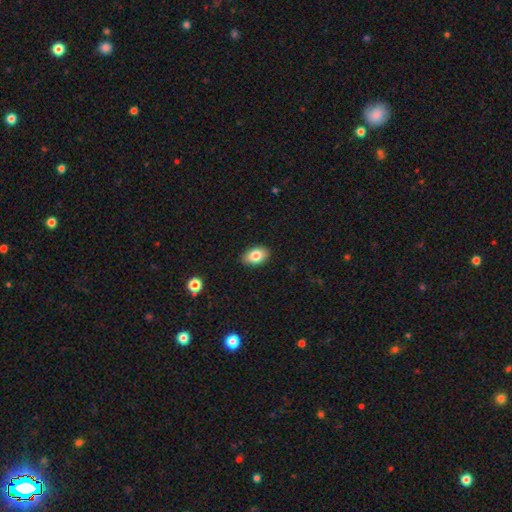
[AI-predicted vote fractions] Q: Smooth or featured?
A: smooth (82%); runner-up: featured or disk (10%)
Q: How rounded?
A: in between (89%); runner-up: round (10%)
Q: Merging?
A: none (87%); runner-up: minor disturbance (10%)